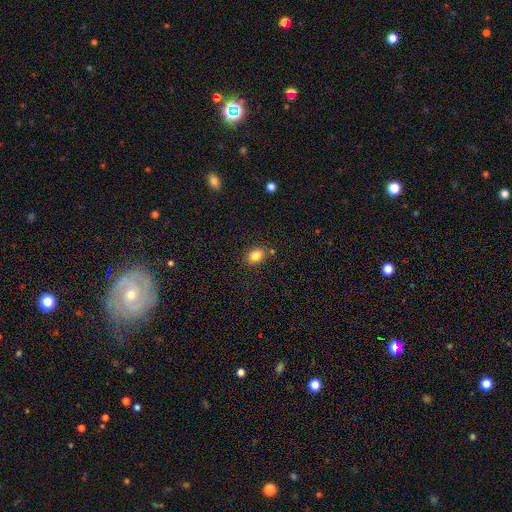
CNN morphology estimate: A smooth galaxy with no disk features (84%) that is in between round and cigar-shaped (63%). Merging: none (82%).